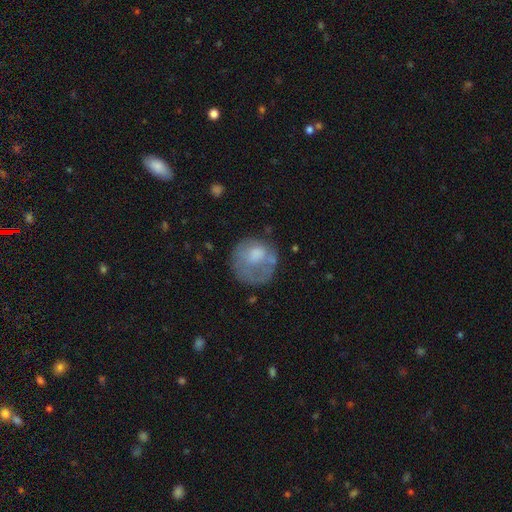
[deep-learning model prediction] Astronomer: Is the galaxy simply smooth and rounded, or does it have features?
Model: smooth — 58%.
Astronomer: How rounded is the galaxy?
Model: round — 80%.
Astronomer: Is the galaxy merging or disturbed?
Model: none — 46% (runner-up: major disturbance, 26%).